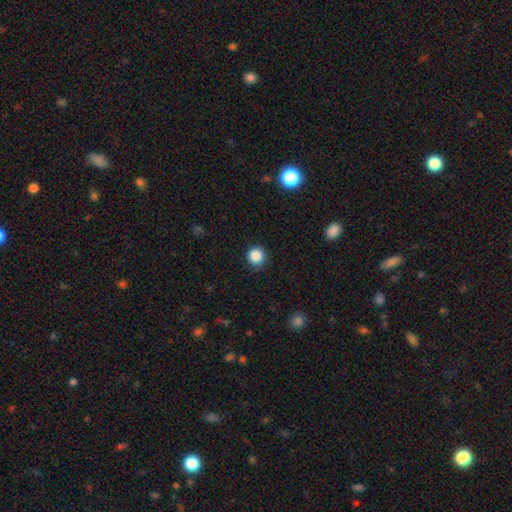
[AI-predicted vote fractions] Smooth or featured? smooth (86%)
How rounded? round (93%)
Merging? none (90%)